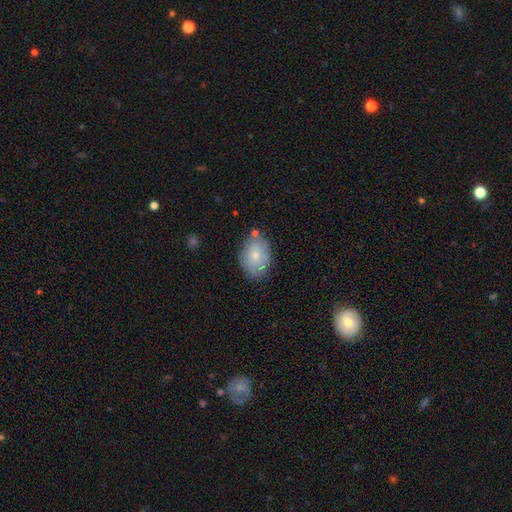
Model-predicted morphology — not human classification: smooth 73%, featured or disk 19%, star or artifact 7%. Down the decision tree: how rounded — in between (83%); merging — none (72%).